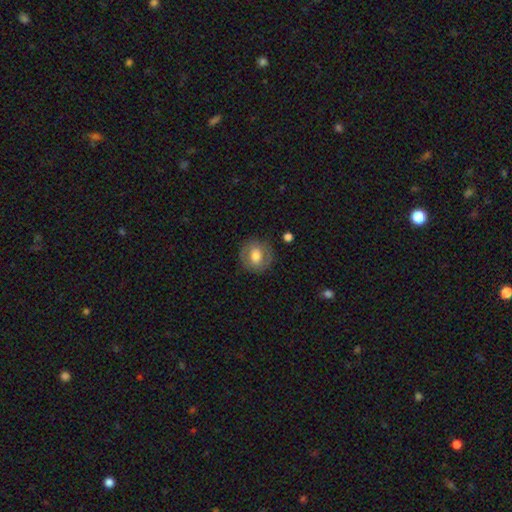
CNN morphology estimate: This appears to be a smooth galaxy with no disk features (60%) that is round (79%). Merging: none (82%).